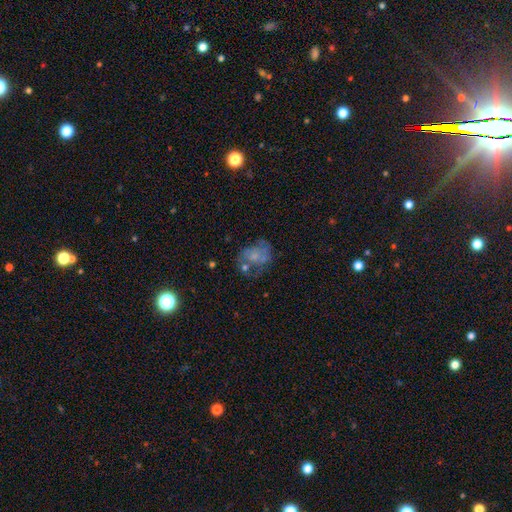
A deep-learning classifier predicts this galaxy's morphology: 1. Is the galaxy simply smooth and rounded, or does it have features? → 44% featured or disk (tied), 44% smooth (tied), 12% star or artifact.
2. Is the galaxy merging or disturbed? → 39% none, 23% major disturbance, 22% minor disturbance, 16% merger.